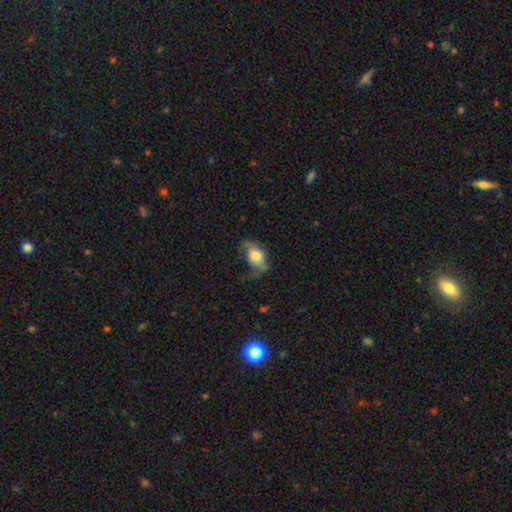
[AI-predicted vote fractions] A smooth galaxy with no disk features (59%) that is in between round and cigar-shaped (81%).

Vote fractions:
- Smooth or featured? smooth: 59% / featured or disk: 33% / star or artifact: 8%
- How rounded? in between: 81% / round: 16% / cigar-shaped: 3%
- Merging? none: 41% / minor disturbance: 30% / major disturbance: 27% / merger: 2%